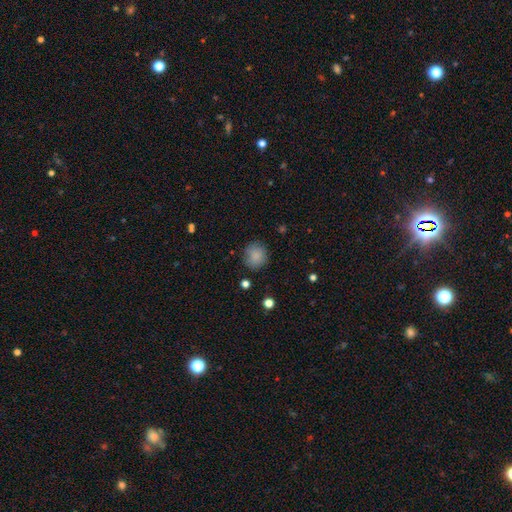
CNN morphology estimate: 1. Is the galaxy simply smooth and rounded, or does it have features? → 86% smooth, 9% star or artifact, 5% featured or disk.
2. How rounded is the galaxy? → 88% round, 11% in between, 1% cigar-shaped.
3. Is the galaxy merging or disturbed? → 85% none, 11% minor disturbance, 3% major disturbance, 1% merger.